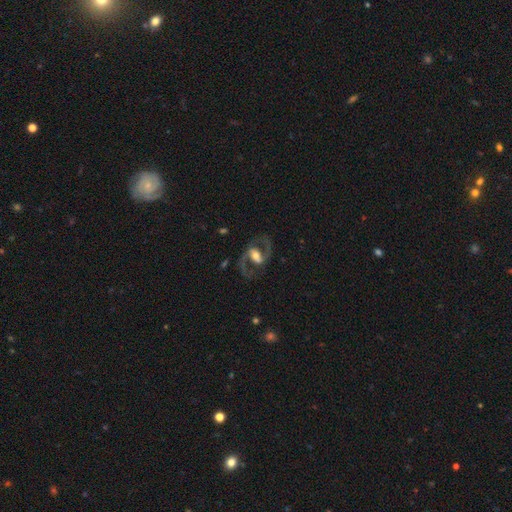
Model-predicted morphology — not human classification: Smooth or featured? Predicted: featured or disk (p=0.84). Edge-on disk? Predicted: no (p=0.96). Bar? Predicted: weak (p=0.38, tied with strong). Spiral arms? Predicted: yes (p=0.90). Spiral winding? Predicted: medium (p=0.57). Spiral arm count? Predicted: 2 (p=0.92). Bulge size? Predicted: moderate (p=0.60). Merging? Predicted: none (p=0.75).